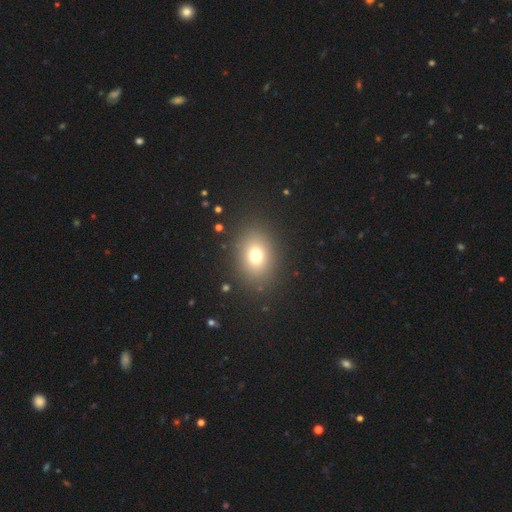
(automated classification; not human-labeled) The model was most divided on "how rounded": in between: 57%, round: 41%, cigar-shaped: 1%. More confident: merging — none (87%); smooth or featured — smooth (74%).